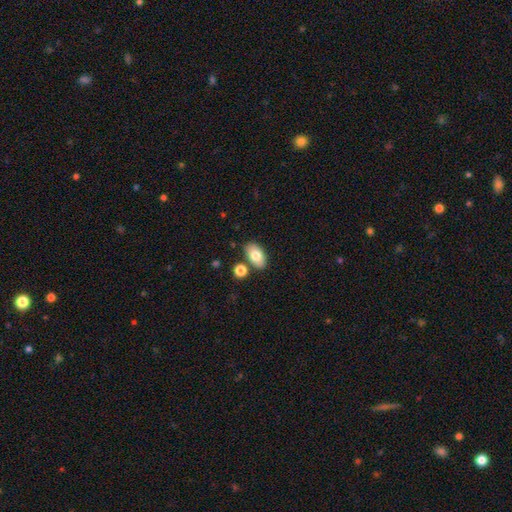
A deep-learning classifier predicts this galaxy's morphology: Smooth or featured?
  - smooth: 78% *
  - featured or disk: 15%
  - star or artifact: 7%
How rounded?
  - in between: 92% *
  - round: 6%
  - cigar-shaped: 2%
Merging?
  - none: 76% *
  - minor disturbance: 11%
  - merger: 10%
  - major disturbance: 3%